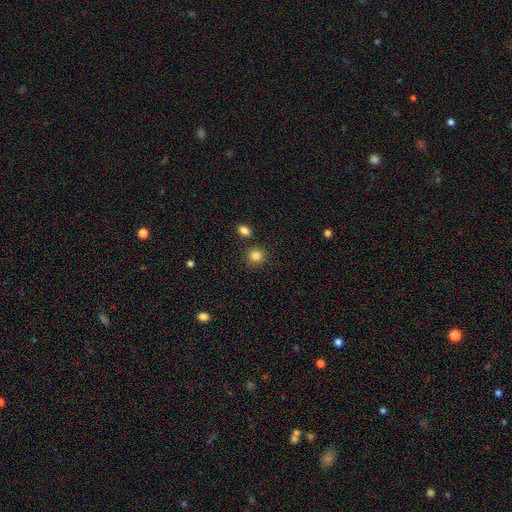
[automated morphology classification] Q: Smooth or featured?
A: smooth (84%); runner-up: star or artifact (11%)
Q: How rounded?
A: round (88%); runner-up: in between (11%)
Q: Merging?
A: none (82%); runner-up: minor disturbance (8%)